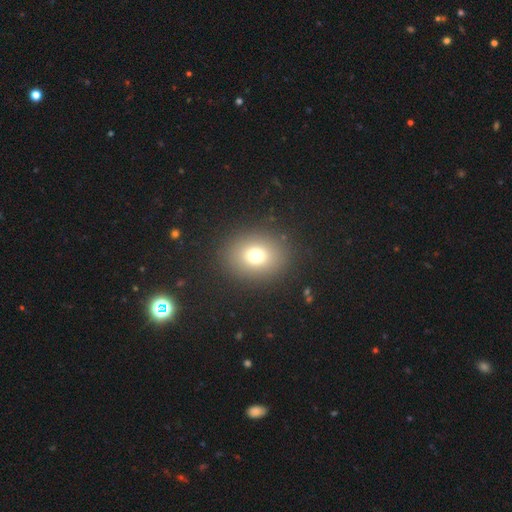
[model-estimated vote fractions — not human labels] This is likely a smooth galaxy (72%). How rounded: likely round (62%). Merging: clearly none (88%).